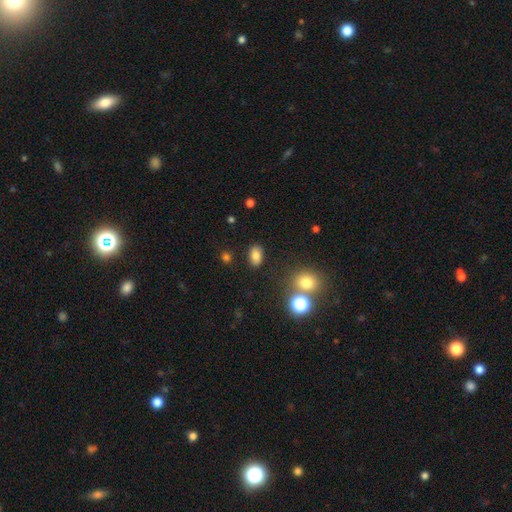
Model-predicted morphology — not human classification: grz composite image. It shows a smooth galaxy with no disk features (80%) that is in between round and cigar-shaped (87%). Merging: none (84%).